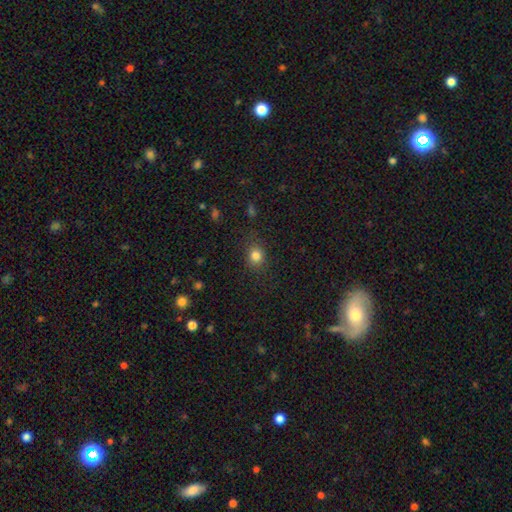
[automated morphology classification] Smooth or featured: smooth — 81% (star or artifact — 13%)
How rounded: round — 69% (in between — 30%)
Merging: none — 82% (minor disturbance — 12%)